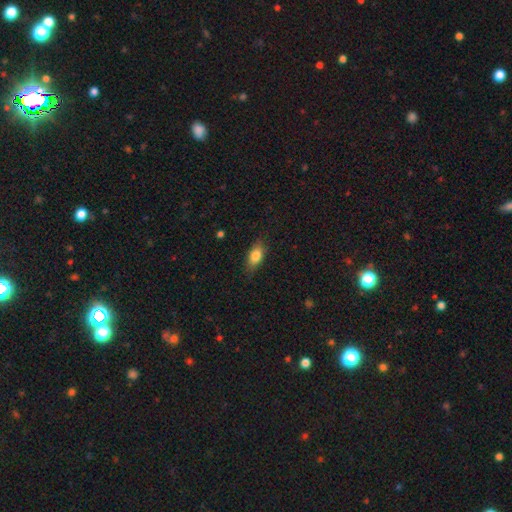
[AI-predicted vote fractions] smooth 80%, featured or disk 12%, star or artifact 8%. Down the decision tree: how rounded — in between (83%); merging — none (78%).